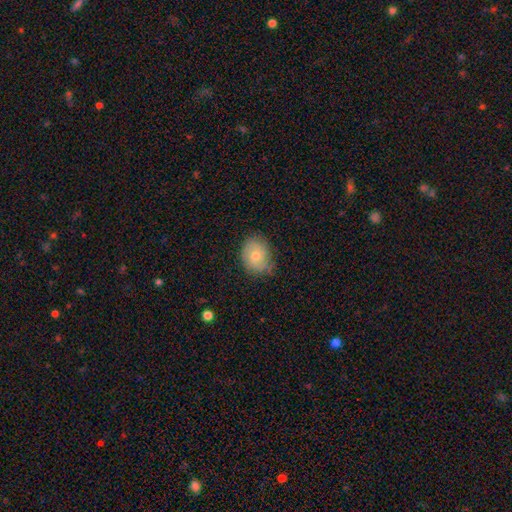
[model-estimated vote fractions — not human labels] smooth-or-featured: smooth: 70% | featured or disk: 22% | star or artifact: 8%
  how-rounded: round: 51% | in between: 48% | cigar-shaped: 1%
  merging: none: 71% | minor disturbance: 23% | major disturbance: 5% | merger: 1%